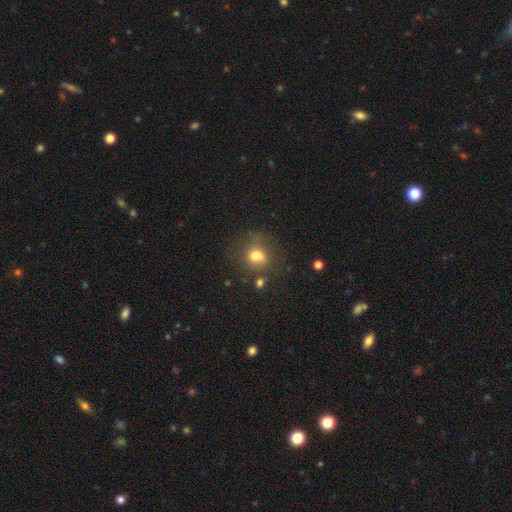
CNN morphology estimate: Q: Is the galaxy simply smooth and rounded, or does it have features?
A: smooth — 74%.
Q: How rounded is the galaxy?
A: round — 74%.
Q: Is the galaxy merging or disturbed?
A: none — 63%.